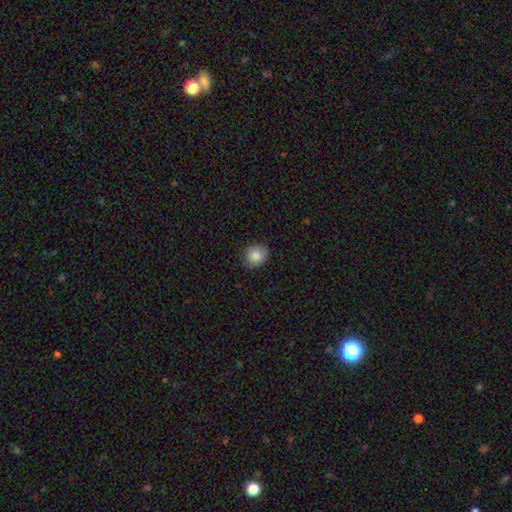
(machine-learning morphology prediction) smooth-or-featured: smooth: 84% | star or artifact: 8% | featured or disk: 7%
  how-rounded: round: 66% | in between: 33% | cigar-shaped: 1%
  merging: none: 82% | minor disturbance: 14% | major disturbance: 3% | merger: 1%